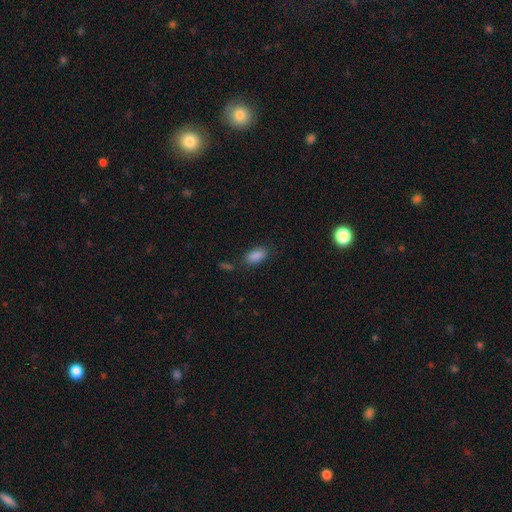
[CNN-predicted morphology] This appears to be a smooth galaxy with no disk features (87%) that is in between round and cigar-shaped (91%). Merging: none (79%).